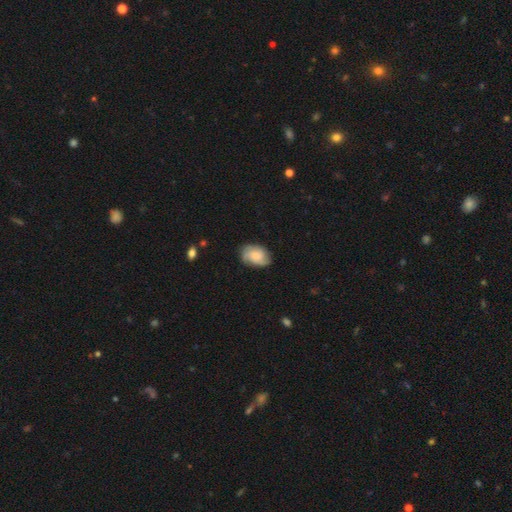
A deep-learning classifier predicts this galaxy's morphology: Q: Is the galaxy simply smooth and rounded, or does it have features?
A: smooth — 47%.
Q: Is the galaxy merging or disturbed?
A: none — 73%.